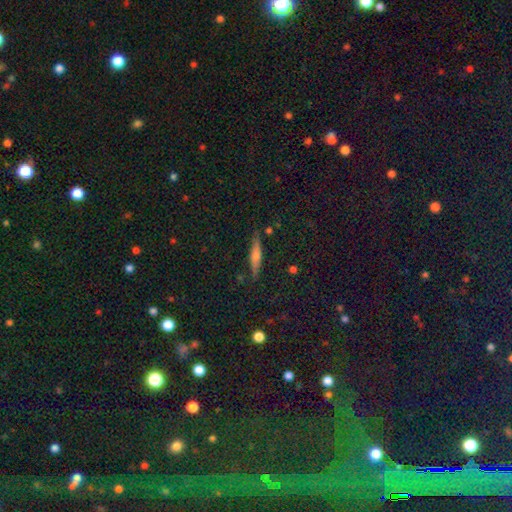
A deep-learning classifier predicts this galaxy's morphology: Q: Smooth or featured?
A: featured or disk (55%); runner-up: smooth (36%)
Q: Edge-on disk?
A: yes (95%); runner-up: no (5%)
Q: Edge-on bulge?
A: rounded (79%); runner-up: none (12%)
Q: Merging?
A: none (87%); runner-up: minor disturbance (9%)